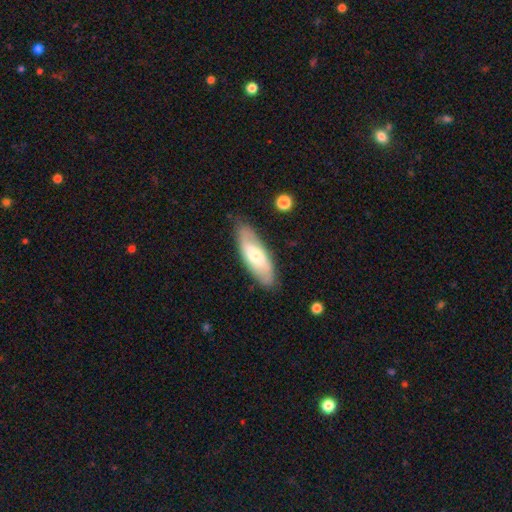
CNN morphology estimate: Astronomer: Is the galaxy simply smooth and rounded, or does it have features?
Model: smooth — 53% (runner-up: featured or disk, 41%).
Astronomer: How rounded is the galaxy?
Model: in between — 66%.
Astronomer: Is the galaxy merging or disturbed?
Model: none — 81%.